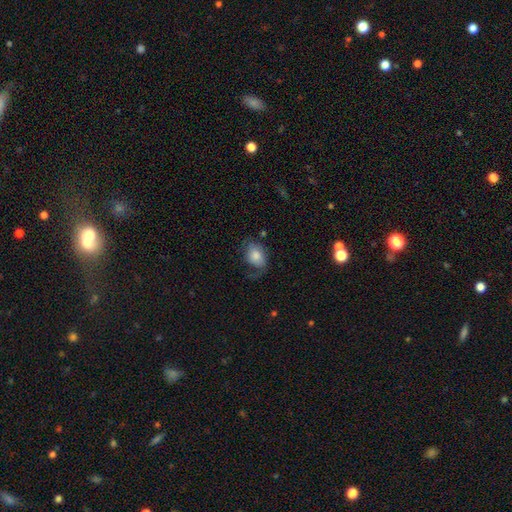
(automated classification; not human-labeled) Smooth or featured? smooth (67%)
How rounded? in between (75%)
Merging? none (45%)